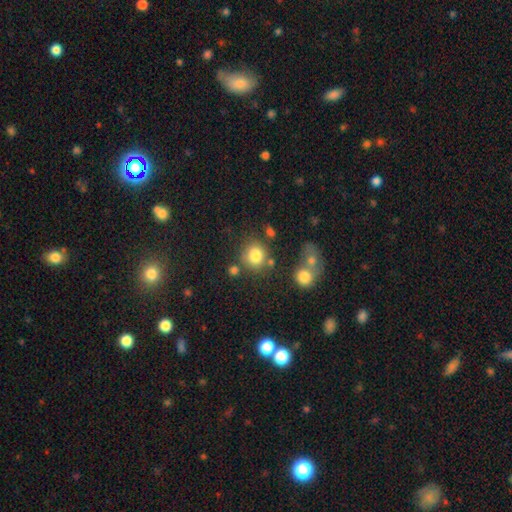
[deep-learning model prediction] This appears to be a smooth galaxy with no disk features (81%) that is round (80%). Merging: none (68%).